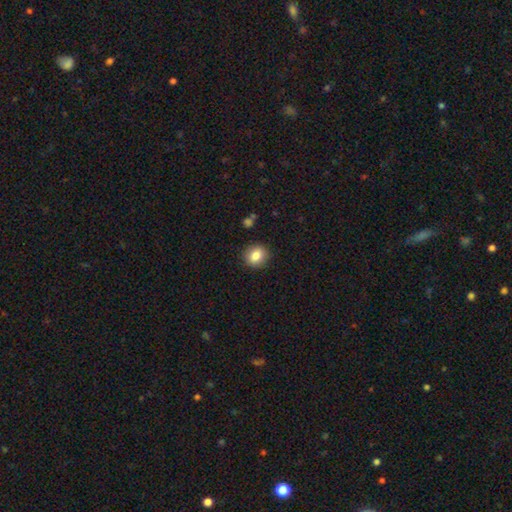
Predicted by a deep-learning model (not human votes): The model was most divided on "how rounded": round: 69%, in between: 30%, cigar-shaped: 1%. More confident: merging — none (89%); smooth or featured — smooth (84%).